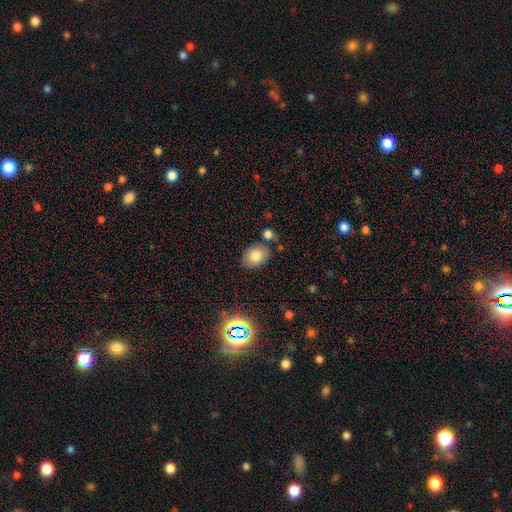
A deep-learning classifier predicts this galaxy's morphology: Smooth or featured?
  - smooth: 80% *
  - star or artifact: 10%
  - featured or disk: 10%
How rounded?
  - in between: 73% *
  - round: 26%
  - cigar-shaped: 1%
Merging?
  - none: 76% *
  - minor disturbance: 14%
  - merger: 7%
  - major disturbance: 3%